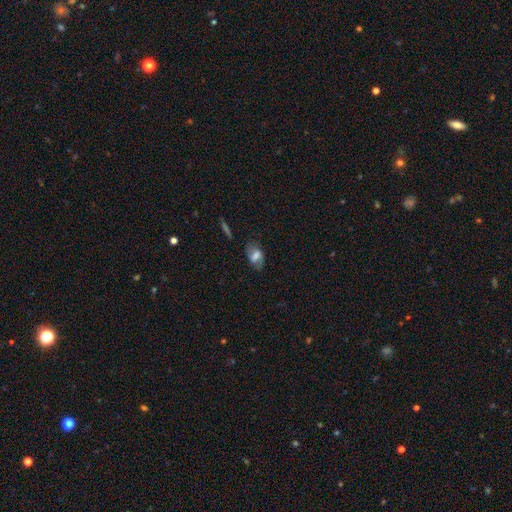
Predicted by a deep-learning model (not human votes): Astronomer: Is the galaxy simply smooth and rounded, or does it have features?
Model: smooth — 52% (runner-up: featured or disk, 38%).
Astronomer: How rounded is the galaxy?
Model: in between — 85%.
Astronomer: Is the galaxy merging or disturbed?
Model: none — 68%.